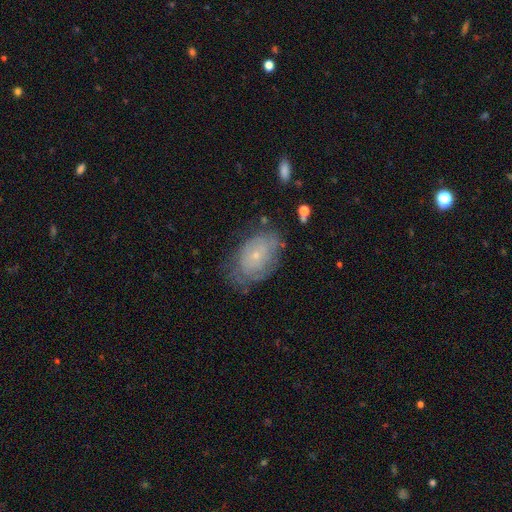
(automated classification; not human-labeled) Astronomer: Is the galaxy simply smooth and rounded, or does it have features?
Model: featured or disk — 50% (runner-up: smooth, 41%).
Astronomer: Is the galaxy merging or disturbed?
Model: none — 60%.